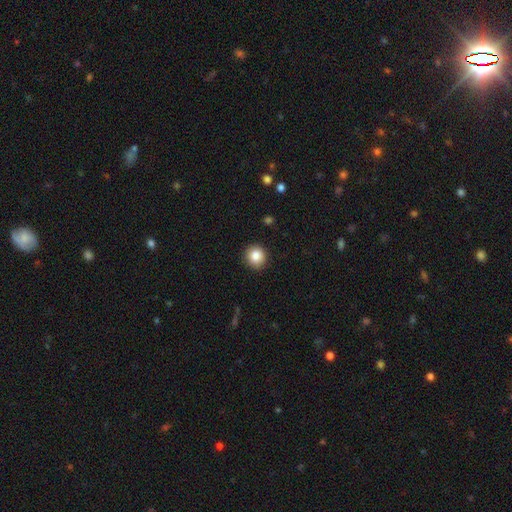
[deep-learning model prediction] This is clearly a smooth galaxy (85%). How rounded: clearly round (91%). Merging: clearly none (90%).